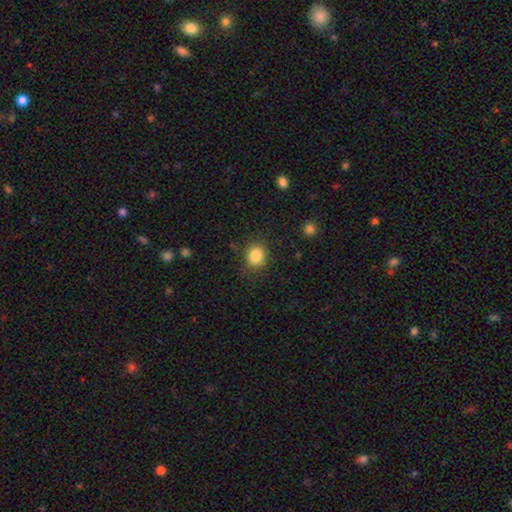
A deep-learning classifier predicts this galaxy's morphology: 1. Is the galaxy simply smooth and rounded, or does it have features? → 85% smooth, 10% star or artifact, 5% featured or disk.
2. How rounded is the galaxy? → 75% round, 24% in between, 1% cigar-shaped.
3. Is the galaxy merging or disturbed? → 83% none, 12% minor disturbance, 4% major disturbance, 2% merger.